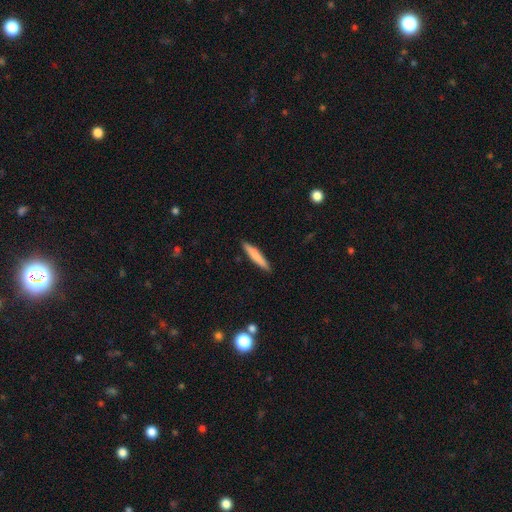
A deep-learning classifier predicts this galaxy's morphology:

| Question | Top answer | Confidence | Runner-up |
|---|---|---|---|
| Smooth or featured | smooth | 77% | featured or disk (17%) |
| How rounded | cigar-shaped | 92% | in between (7%) |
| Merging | none | 89% | minor disturbance (8%) |